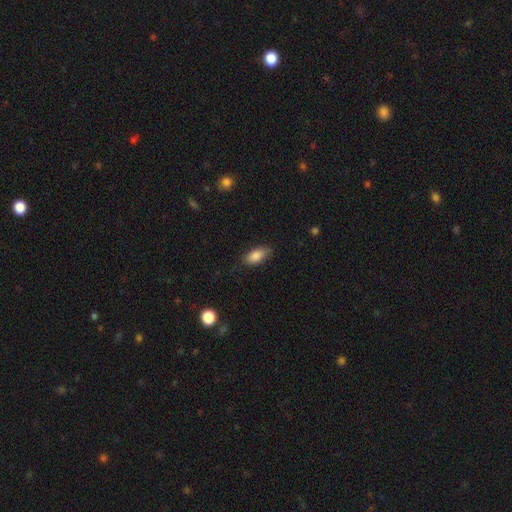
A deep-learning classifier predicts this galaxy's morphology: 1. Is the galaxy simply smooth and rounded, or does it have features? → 86% smooth, 7% star or artifact, 6% featured or disk.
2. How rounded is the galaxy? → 89% in between, 8% cigar-shaped, 4% round.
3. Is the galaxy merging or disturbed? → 74% none, 21% minor disturbance, 4% major disturbance, 1% merger.